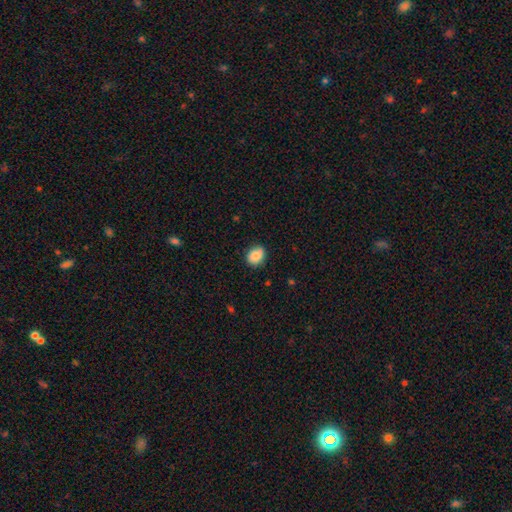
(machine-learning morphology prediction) Q: Smooth or featured?
A: smooth (85%); runner-up: star or artifact (8%)
Q: How rounded?
A: in between (55%); runner-up: round (44%)
Q: Merging?
A: none (85%); runner-up: minor disturbance (12%)